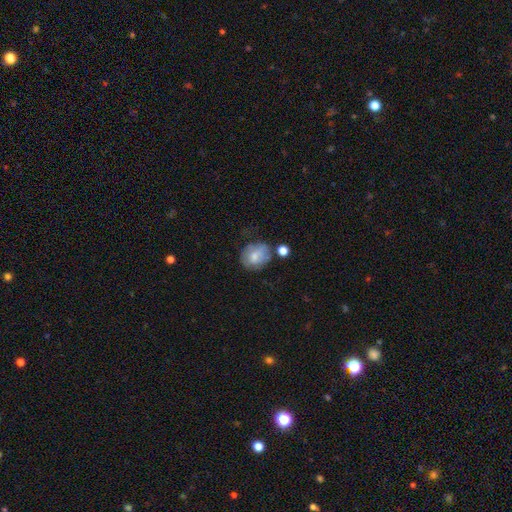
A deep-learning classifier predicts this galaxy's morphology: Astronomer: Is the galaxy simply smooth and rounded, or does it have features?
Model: smooth — 67%.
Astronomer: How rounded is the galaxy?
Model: round — 61% (runner-up: in between, 38%).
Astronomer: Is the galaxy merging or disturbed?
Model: none — 50% (runner-up: minor disturbance, 27%).